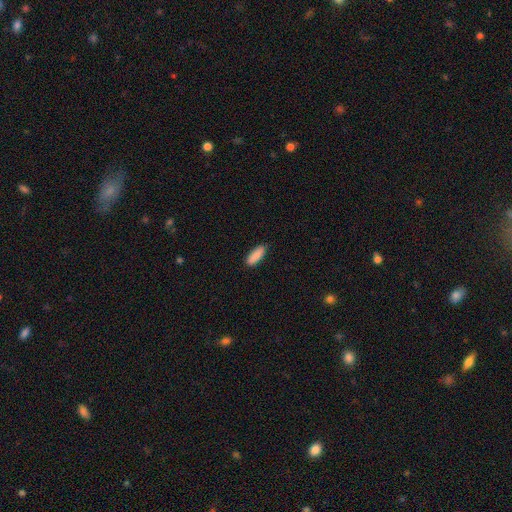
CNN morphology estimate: smooth_or_featured: smooth (p=0.90) [alt: star or artifact p=0.06]
how_rounded: in between (p=0.63) [alt: cigar-shaped p=0.36]
merging: none (p=0.88) [alt: minor disturbance p=0.09]